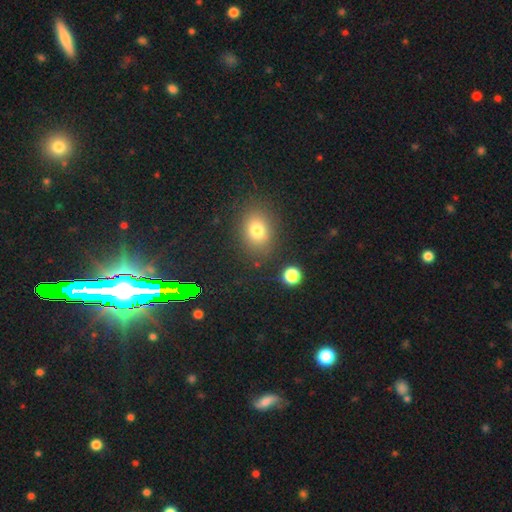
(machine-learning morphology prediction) A smooth galaxy with no disk features (53%) that is in between round and cigar-shaped (61%).

Vote fractions:
- Smooth or featured? smooth: 53% / star or artifact: 34% / featured or disk: 12%
- How rounded? in between: 61% / round: 37% / cigar-shaped: 2%
- Merging? none: 87% / minor disturbance: 8% / major disturbance: 3% / merger: 2%